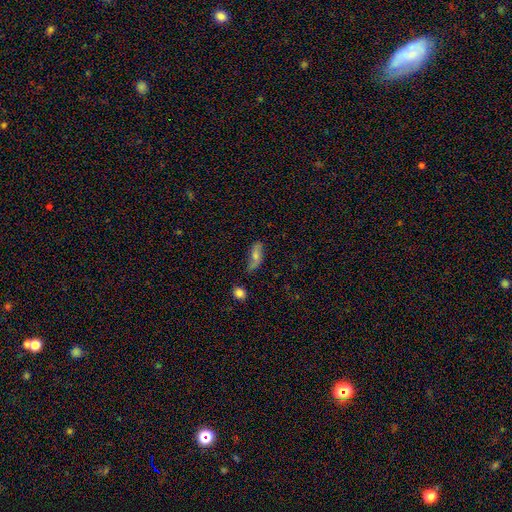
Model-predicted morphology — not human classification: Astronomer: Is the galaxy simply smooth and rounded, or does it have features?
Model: smooth — 55% (runner-up: featured or disk, 36%).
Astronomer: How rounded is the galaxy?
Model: in between — 71%.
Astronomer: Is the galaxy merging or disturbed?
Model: none — 66%.